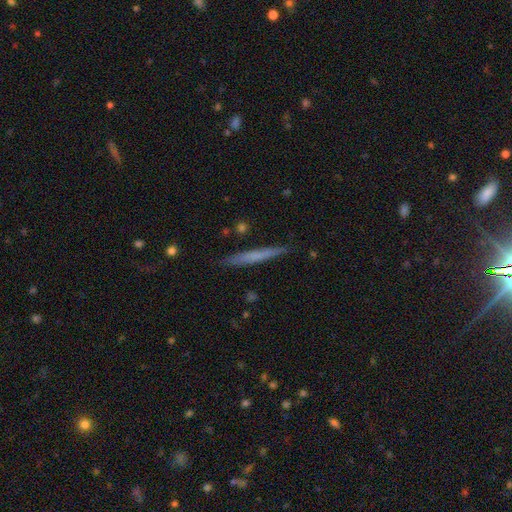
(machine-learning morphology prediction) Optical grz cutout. It shows a smooth galaxy with no disk features (56%) that is cigar-shaped (96%). Merging: none (89%).